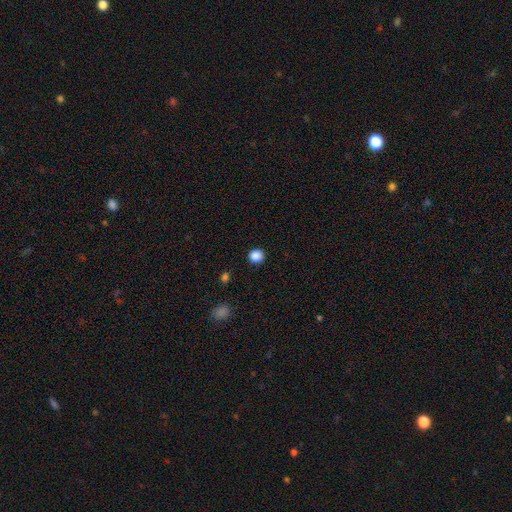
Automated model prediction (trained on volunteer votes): Morphology: type=smooth (87%); roundness=round (87%); merging=none (91%).